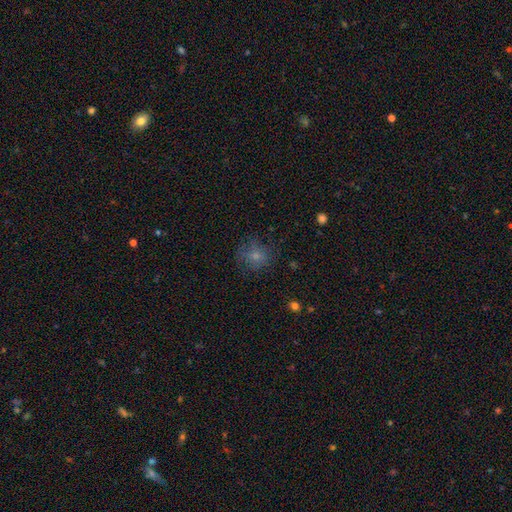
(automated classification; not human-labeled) Smooth or featured?
  - smooth: 67% *
  - featured or disk: 17%
  - star or artifact: 16%
How rounded?
  - round: 74% *
  - in between: 24%
  - cigar-shaped: 1%
Merging?
  - none: 65% *
  - minor disturbance: 20%
  - major disturbance: 14%
  - merger: 2%